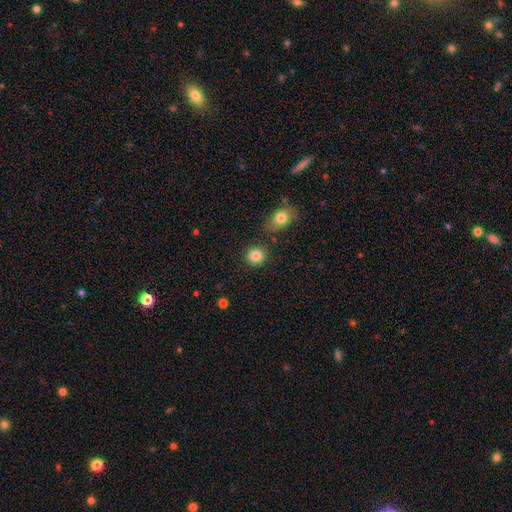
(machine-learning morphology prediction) This is clearly a smooth galaxy (85%). How rounded: clearly round (87%). Merging: clearly none (86%).